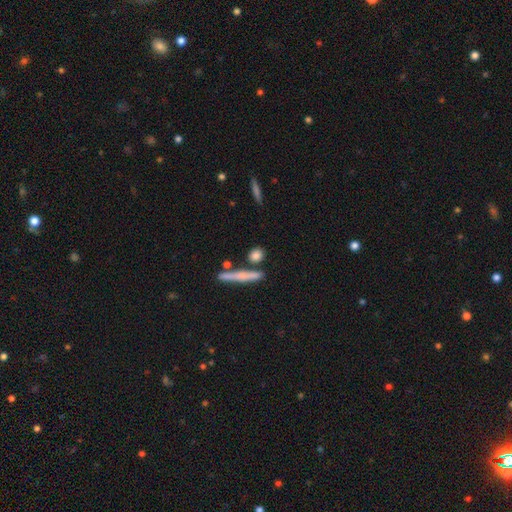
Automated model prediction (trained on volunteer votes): Overall: smooth (81%). How rounded: round (52%; cigar-shaped 25%). Merging: none (76%).